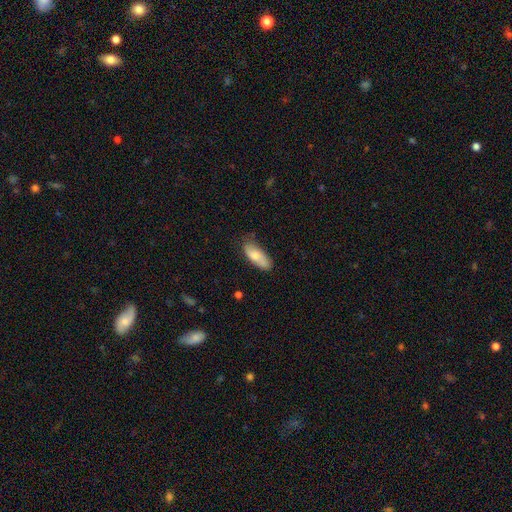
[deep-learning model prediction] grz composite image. It shows a smooth galaxy with no disk features (73%) that is in between round and cigar-shaped (78%). Merging: none (70%).